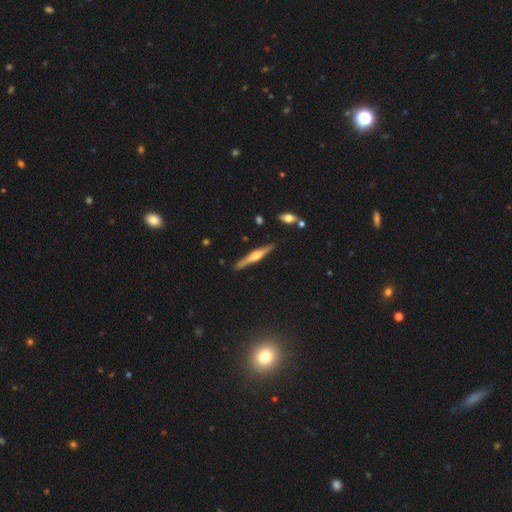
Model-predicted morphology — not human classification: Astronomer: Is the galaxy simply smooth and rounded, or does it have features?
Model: featured or disk — 69%.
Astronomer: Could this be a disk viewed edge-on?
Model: yes — 98%.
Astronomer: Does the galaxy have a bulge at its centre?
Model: rounded — 90%.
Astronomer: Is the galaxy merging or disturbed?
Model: none — 89%.